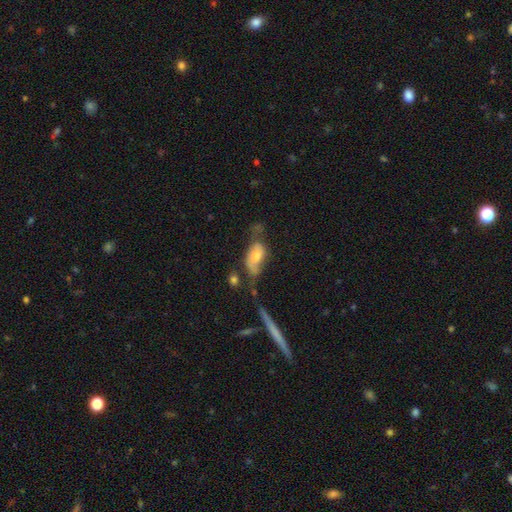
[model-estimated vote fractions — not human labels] A smooth galaxy with no disk features (51%) that is in between round and cigar-shaped (83%). Merging: none (34%).